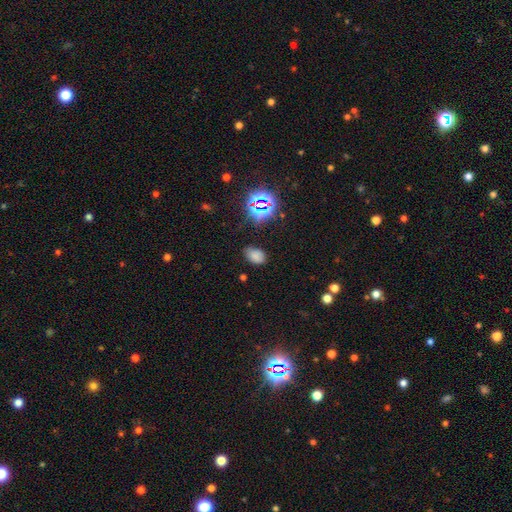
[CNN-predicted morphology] A smooth galaxy with no disk features (71%) that is in between round and cigar-shaped (82%).

Vote fractions:
- Smooth or featured? smooth: 71% / star or artifact: 22% / featured or disk: 7%
- How rounded? in between: 82% / round: 17% / cigar-shaped: 1%
- Merging? none: 78% / minor disturbance: 16% / major disturbance: 4% / merger: 2%